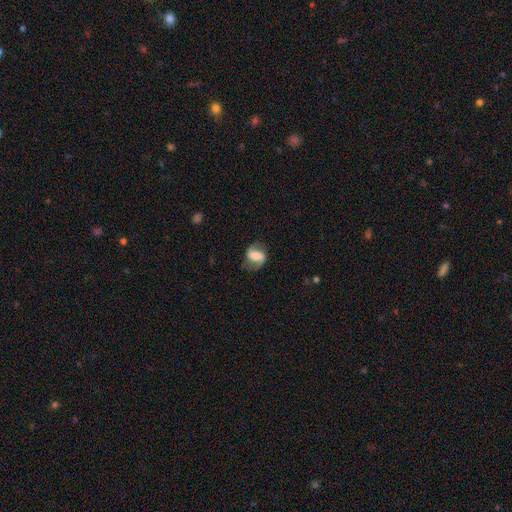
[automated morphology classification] This appears to be a featured or disk galaxy (70%) with a weak bar (39%), 2 (89%) loose (49%) spiral arms (91%) and a moderate central bulge (41%). Merging: none (74%).